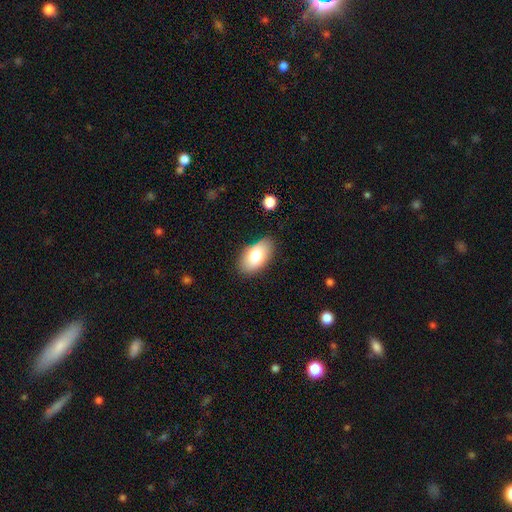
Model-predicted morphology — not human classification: Smooth or featured? smooth (77%)
How rounded? in between (94%)
Merging? none (83%)